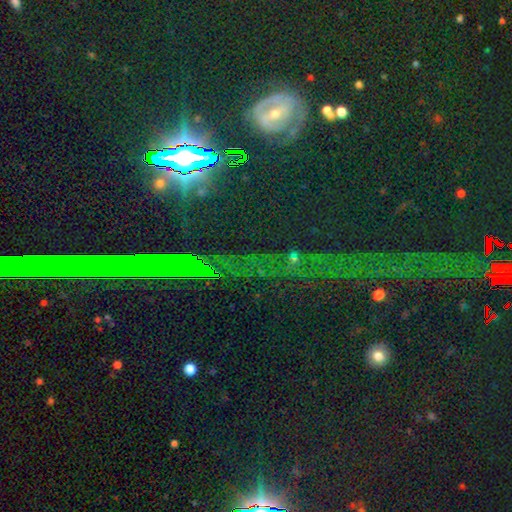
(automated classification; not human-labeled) A star or artifact, not a galaxy (75%).